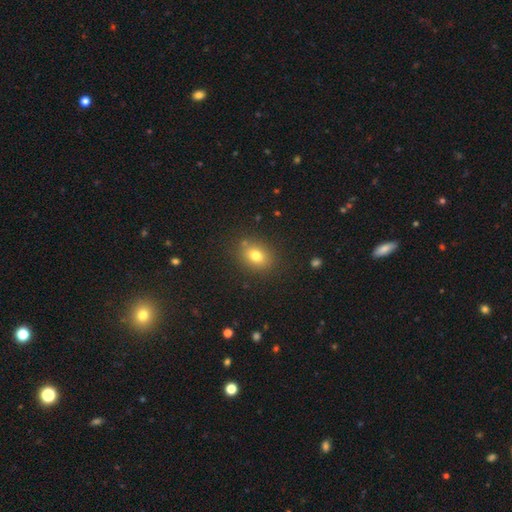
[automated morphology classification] Smooth or featured?
  - smooth: 78% *
  - star or artifact: 12%
  - featured or disk: 10%
How rounded?
  - in between: 61% *
  - round: 38%
  - cigar-shaped: 1%
Merging?
  - none: 82% *
  - minor disturbance: 11%
  - merger: 4%
  - major disturbance: 3%